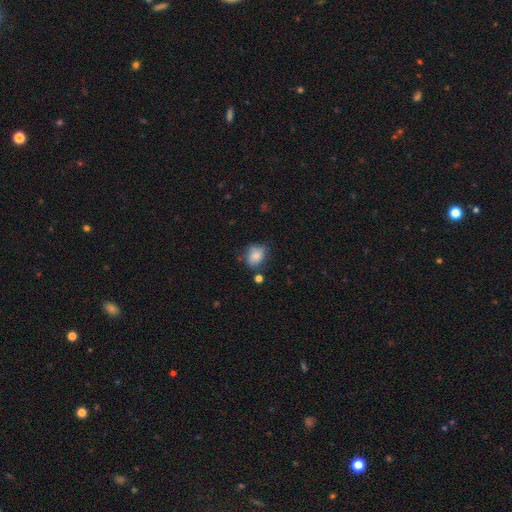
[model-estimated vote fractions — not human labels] Smooth or featured? smooth (81%)
How rounded? in between (60%)
Merging? none (63%)